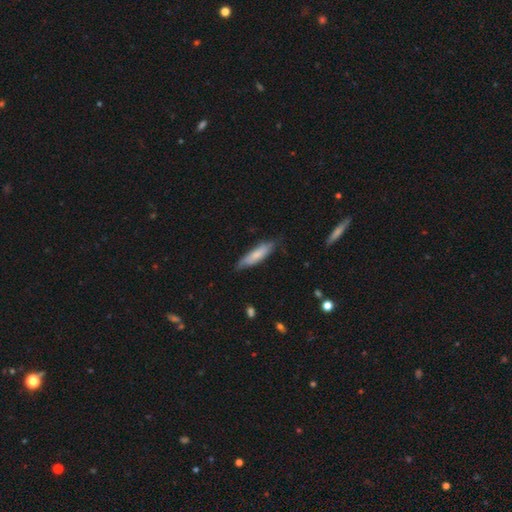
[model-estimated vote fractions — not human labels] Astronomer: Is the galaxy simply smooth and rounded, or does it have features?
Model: smooth — 72%.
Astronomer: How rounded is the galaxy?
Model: cigar-shaped — 67%.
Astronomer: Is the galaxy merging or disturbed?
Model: none — 72%.